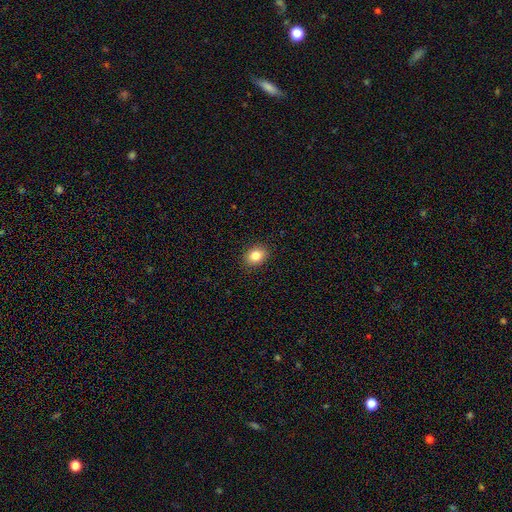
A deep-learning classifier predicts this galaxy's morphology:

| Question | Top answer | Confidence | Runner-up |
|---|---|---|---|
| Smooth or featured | smooth | 83% | star or artifact (10%) |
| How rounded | in between | 55% | round (44%) |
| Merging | none | 90% | minor disturbance (7%) |